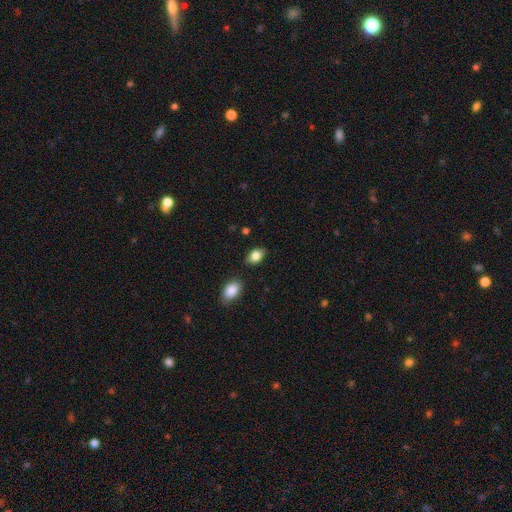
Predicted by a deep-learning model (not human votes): This appears to be a smooth galaxy with no disk features (82%) that is in between round and cigar-shaped (83%). Merging: none (80%).